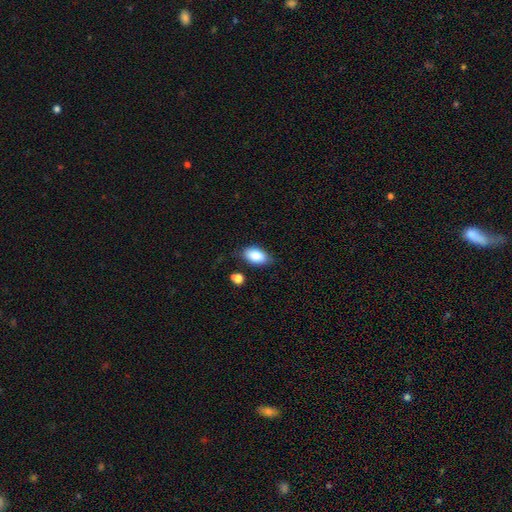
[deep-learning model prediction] Smooth or featured? Predicted: smooth (p=0.88). How rounded? Predicted: in between (p=0.92). Merging? Predicted: none (p=0.76).